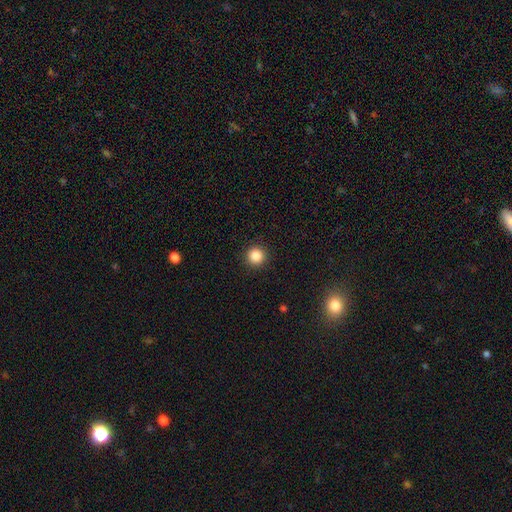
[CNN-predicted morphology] This is clearly a smooth galaxy (86%). How rounded: clearly round (95%). Merging: clearly none (92%).